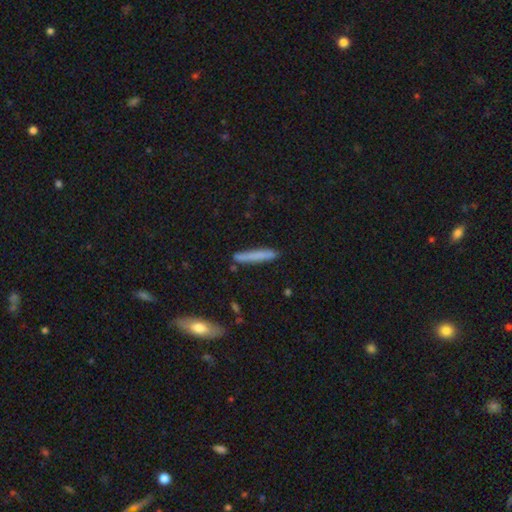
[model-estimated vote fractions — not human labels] Smooth or featured?
  - smooth: 73% *
  - featured or disk: 21%
  - star or artifact: 6%
How rounded?
  - cigar-shaped: 95% *
  - in between: 4%
  - round: 1%
Merging?
  - none: 84% *
  - minor disturbance: 11%
  - merger: 3%
  - major disturbance: 2%